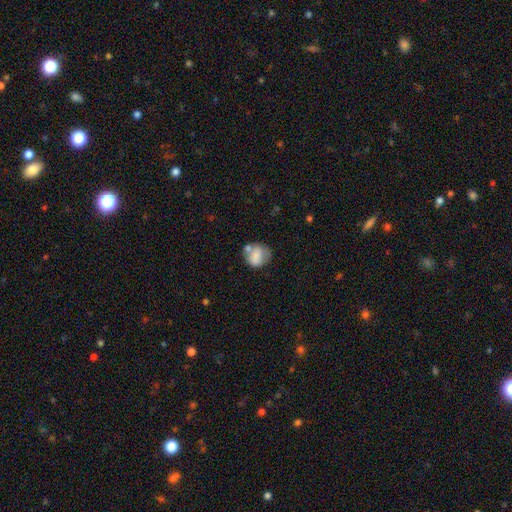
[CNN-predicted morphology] This is likely a smooth galaxy (72%). How rounded: likely round (69%). Merging: marginally none (44%).